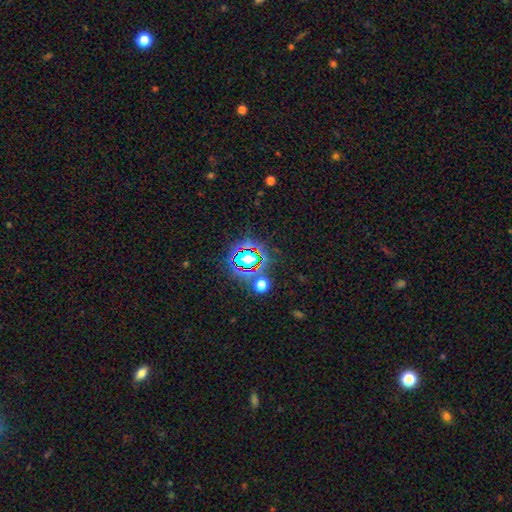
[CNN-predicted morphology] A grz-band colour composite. It shows a star or artifact, not a galaxy (67%).